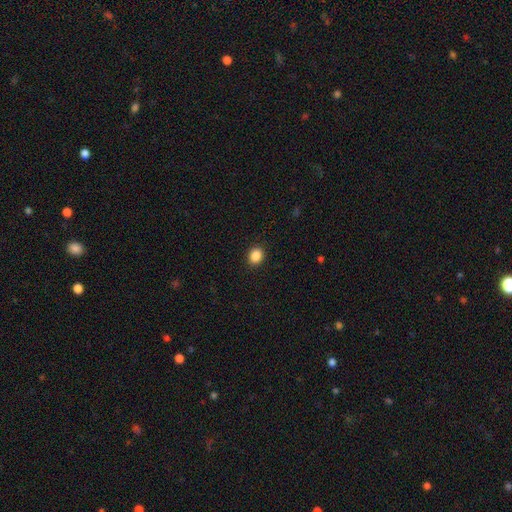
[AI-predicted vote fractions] smooth_or_featured: smooth (p=0.87) [alt: star or artifact p=0.10]
how_rounded: round (p=0.68) [alt: in between p=0.32]
merging: none (p=0.91) [alt: minor disturbance p=0.06]